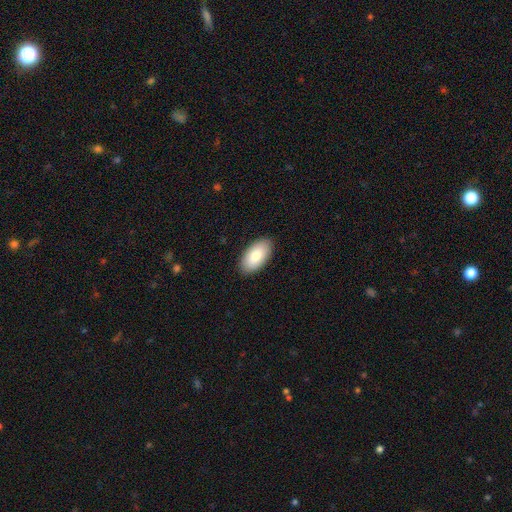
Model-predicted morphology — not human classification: type=smooth (82%); roundness=in between (95%); merging=none (89%).